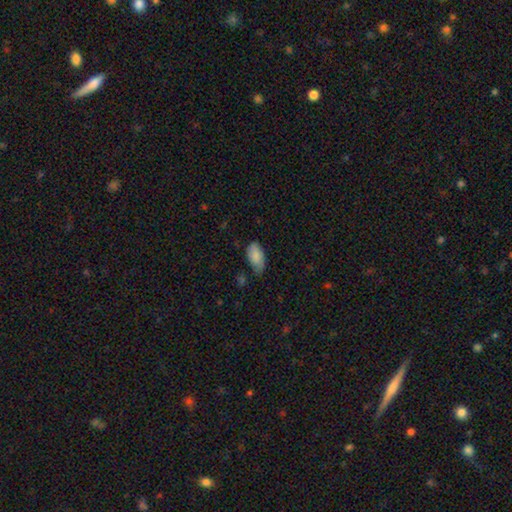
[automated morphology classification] The model was most divided on "merging": none: 57%, minor disturbance: 35%, major disturbance: 6%, merger: 2%. More confident: how rounded — in between (93%); smooth or featured — smooth (85%).